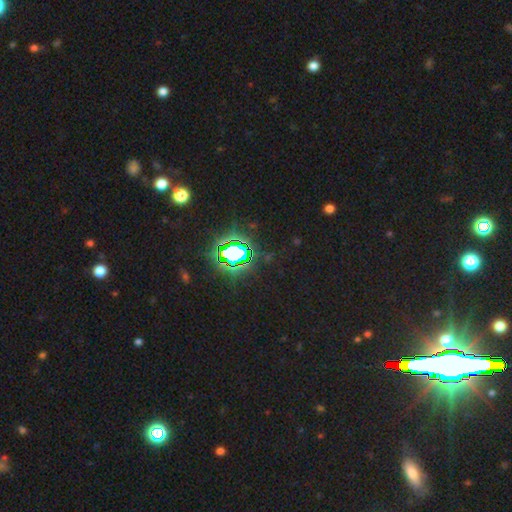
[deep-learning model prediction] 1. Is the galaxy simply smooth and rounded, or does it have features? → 84% star or artifact, 9% smooth, 6% featured or disk.